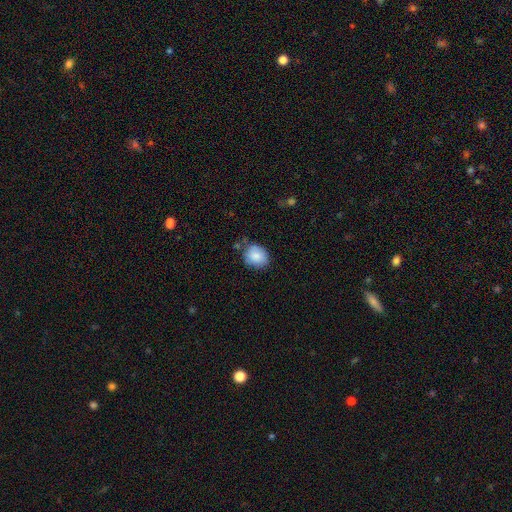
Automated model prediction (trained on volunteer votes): Smooth or featured? smooth (86%)
How rounded? round (59%)
Merging? none (71%)